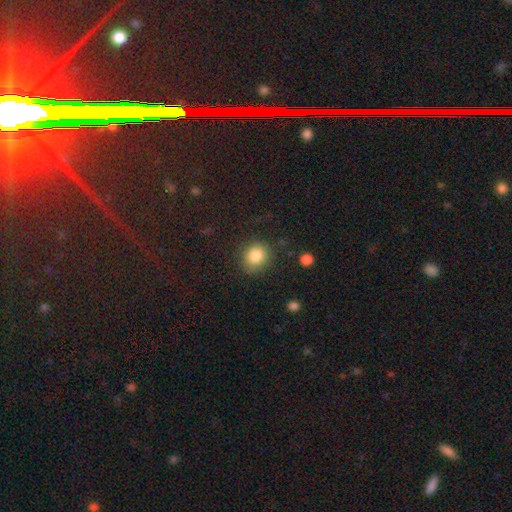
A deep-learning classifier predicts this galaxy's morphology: type=smooth (84%); roundness=round (74%); merging=none (82%).